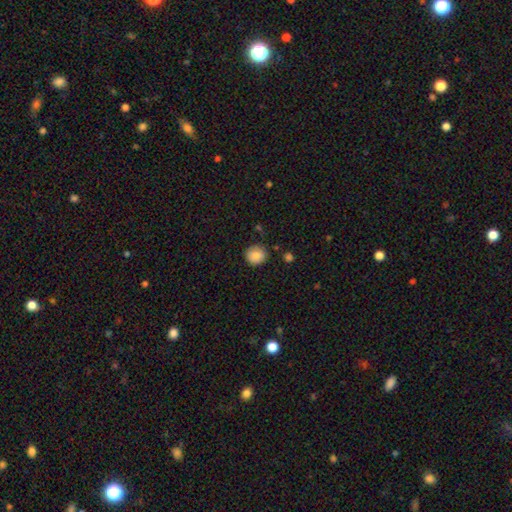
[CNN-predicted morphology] A smooth galaxy with no disk features (86%) that is round (85%). Merging: none (81%).